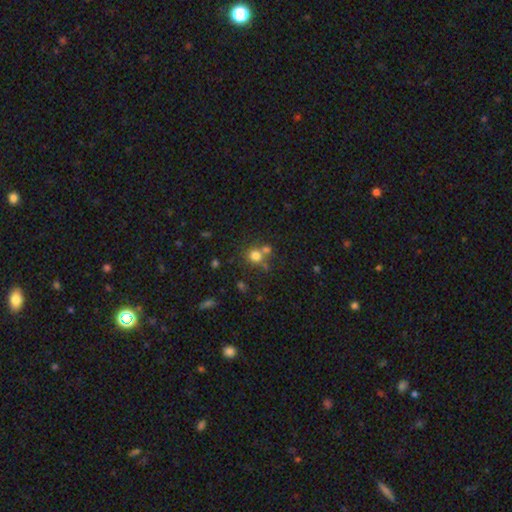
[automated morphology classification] This is likely a smooth galaxy (75%). How rounded: clearly round (85%). Merging: possibly none (54%).